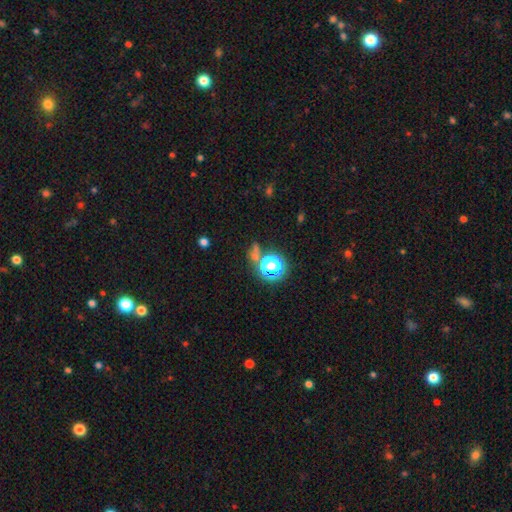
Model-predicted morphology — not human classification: A star or artifact, not a galaxy (55%).